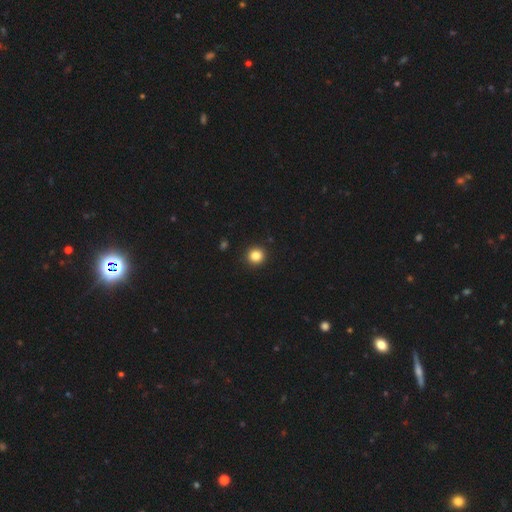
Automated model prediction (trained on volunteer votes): A smooth galaxy with no disk features (84%) that is round (93%). Merging: none (93%).